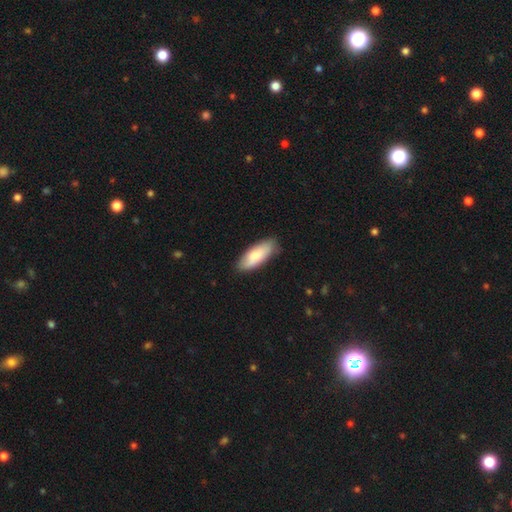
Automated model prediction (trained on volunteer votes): This appears to be a smooth galaxy with no disk features (79%) that is in between round and cigar-shaped (73%). Merging: none (83%).